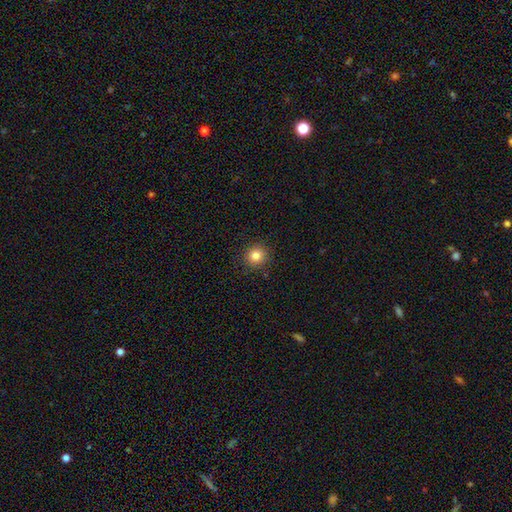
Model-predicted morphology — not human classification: Overall: smooth (83%). How rounded: round (92%). Merging: none (91%).